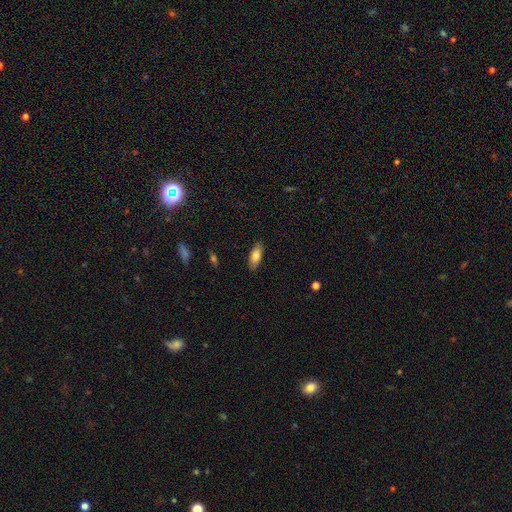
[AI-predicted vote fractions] smooth 77%, featured or disk 17%, star or artifact 7%. Down the decision tree: how rounded — in between (73%); merging — none (85%).